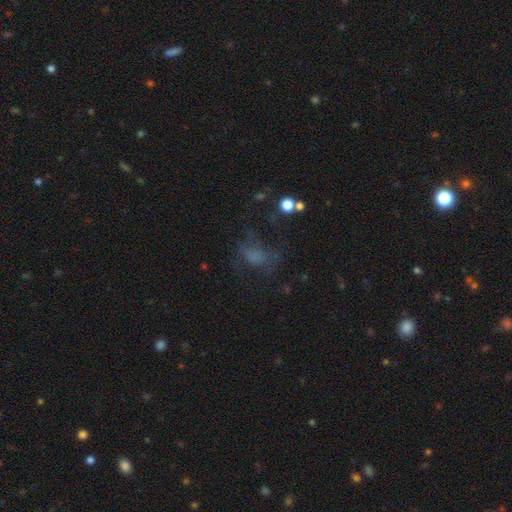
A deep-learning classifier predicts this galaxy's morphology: smooth-or-featured: smooth: 44% | featured or disk: 30% | star or artifact: 26%
  merging: major disturbance: 38% (tied) | none: 38% (tied) | minor disturbance: 19% | merger: 4%